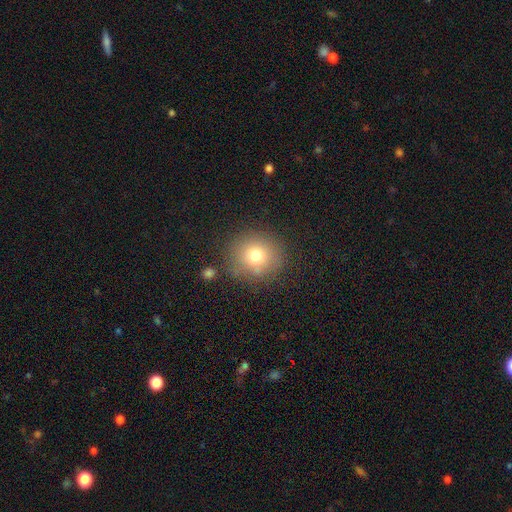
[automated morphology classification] Smooth or featured?
  - smooth: 76% *
  - star or artifact: 12%
  - featured or disk: 12%
How rounded?
  - round: 84% *
  - in between: 15%
  - cigar-shaped: 1%
Merging?
  - none: 81% *
  - minor disturbance: 11%
  - major disturbance: 4%
  - merger: 3%